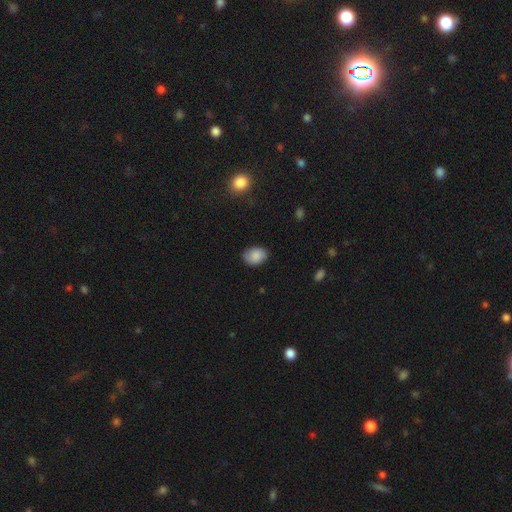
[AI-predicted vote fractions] This is clearly a smooth galaxy (85%). How rounded: likely in between (76%). Merging: clearly none (81%).